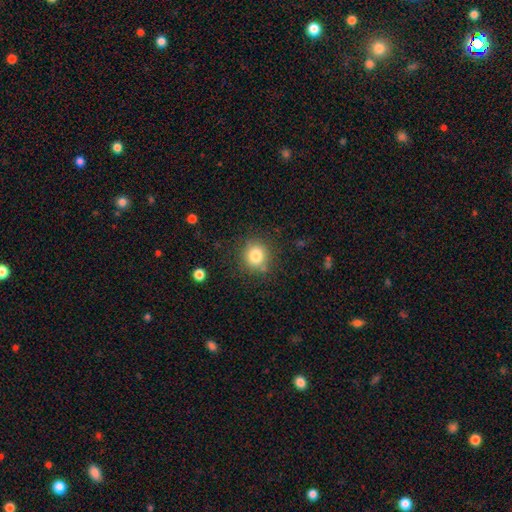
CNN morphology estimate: Smooth or featured: smooth — 81% (star or artifact — 11%)
How rounded: round — 87% (in between — 12%)
Merging: none — 83% (minor disturbance — 11%)